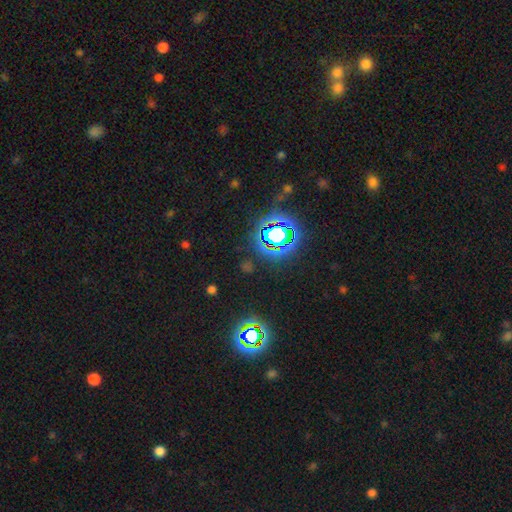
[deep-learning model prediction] Smooth or featured? star or artifact (81%)